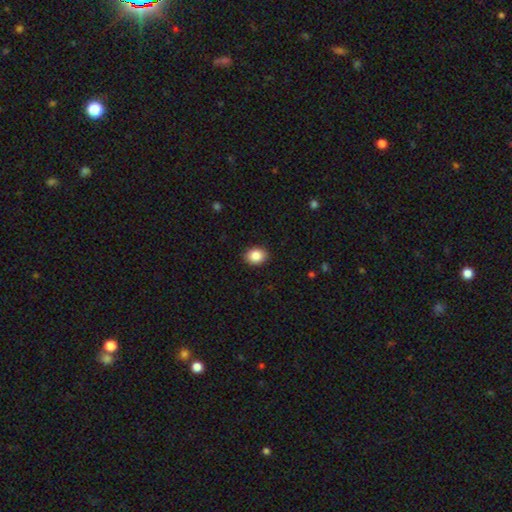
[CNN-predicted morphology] type=smooth (87%); roundness=in between (53%); merging=none (90%).